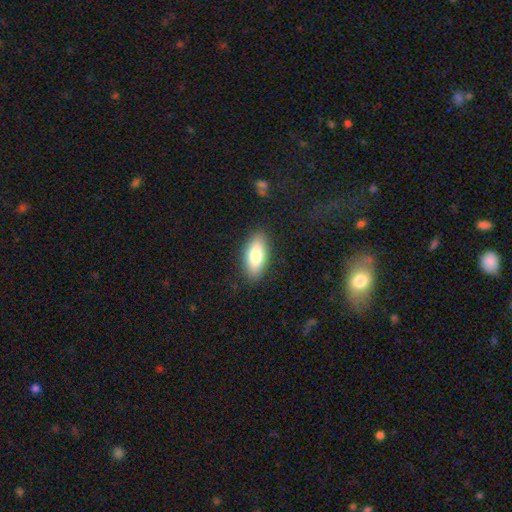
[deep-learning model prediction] The model was most divided on "smooth or featured": smooth: 80%, featured or disk: 13%, star or artifact: 6%. More confident: merging — none (87%); how rounded — in between (86%).